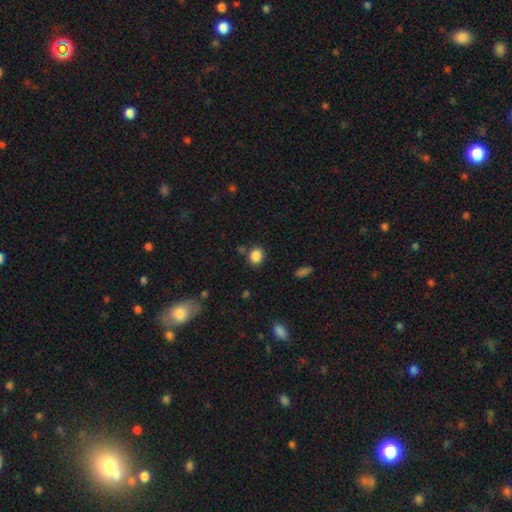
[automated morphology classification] This appears to be a smooth galaxy with no disk features (86%) that is round (67%). Merging: none (79%).